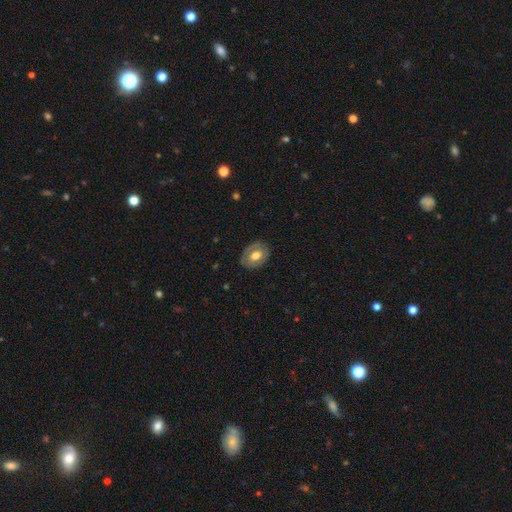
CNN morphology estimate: The model was most divided on "smooth or featured": smooth: 48%, featured or disk: 46%, star or artifact: 6%. More confident: merging — none (81%).